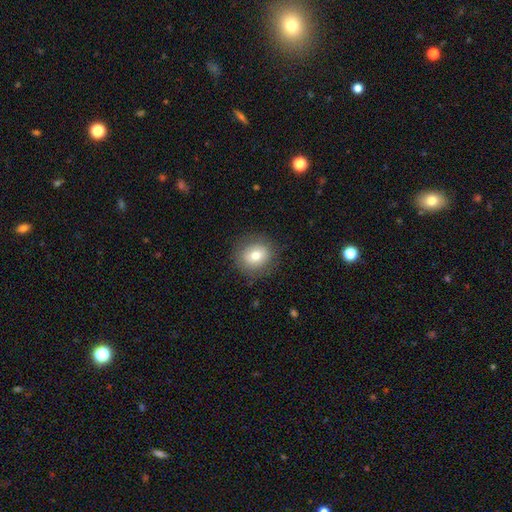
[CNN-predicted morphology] This is likely a smooth galaxy (75%). How rounded: likely round (77%). Merging: clearly none (85%).